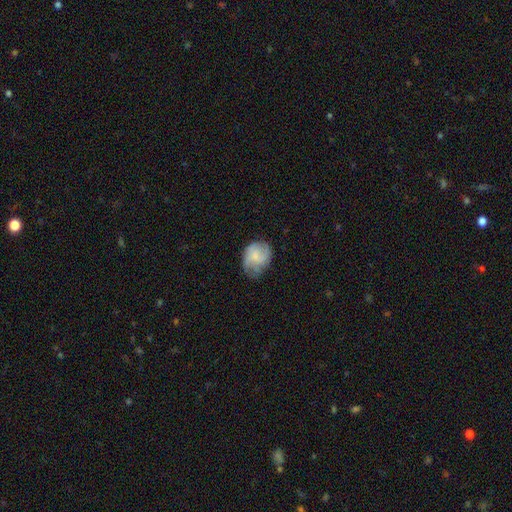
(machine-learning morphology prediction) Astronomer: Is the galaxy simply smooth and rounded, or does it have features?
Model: smooth — 49% (runner-up: featured or disk, 43%).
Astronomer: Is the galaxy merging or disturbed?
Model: none — 54% (runner-up: minor disturbance, 31%).